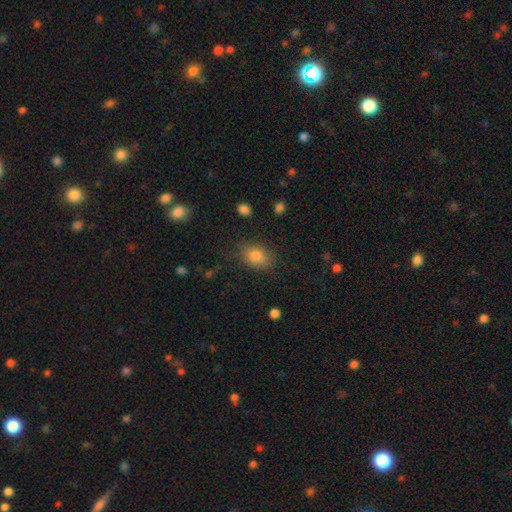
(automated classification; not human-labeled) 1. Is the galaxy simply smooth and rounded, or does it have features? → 82% smooth, 10% star or artifact, 8% featured or disk.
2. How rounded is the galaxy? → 77% in between, 22% round, 2% cigar-shaped.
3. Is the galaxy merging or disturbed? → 79% none, 15% minor disturbance, 5% major disturbance, 2% merger.